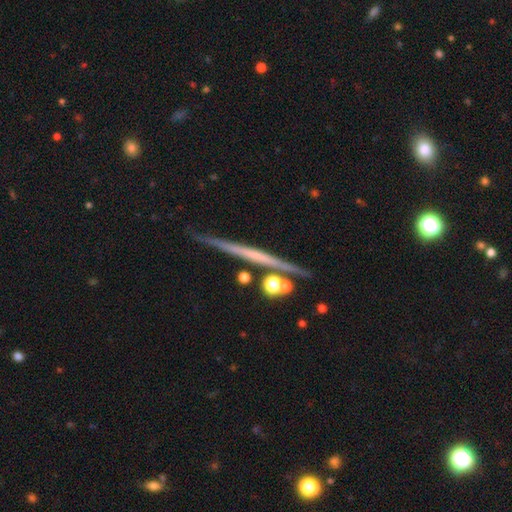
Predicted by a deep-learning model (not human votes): smooth-or-featured: featured or disk: 61% | smooth: 31% | star or artifact: 8%
  disk-edge-on: yes: 96% | no: 4%
    edge-on-bulge: none: 88% | rounded: 8% | boxy: 4%
  merging: none: 83% | minor disturbance: 9% | merger: 6% | major disturbance: 2%